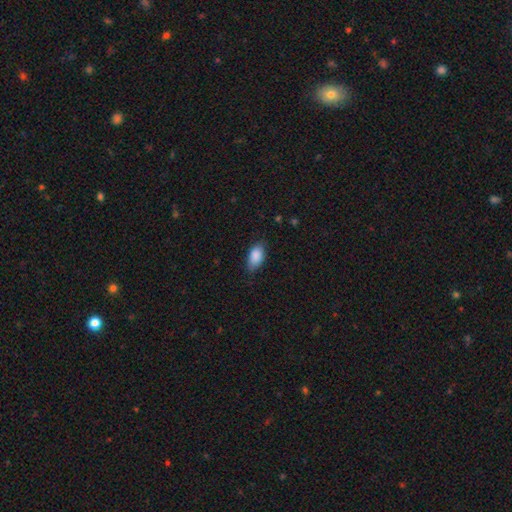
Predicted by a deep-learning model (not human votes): This is clearly a smooth galaxy (88%). How rounded: clearly in between (92%). Merging: likely none (77%).